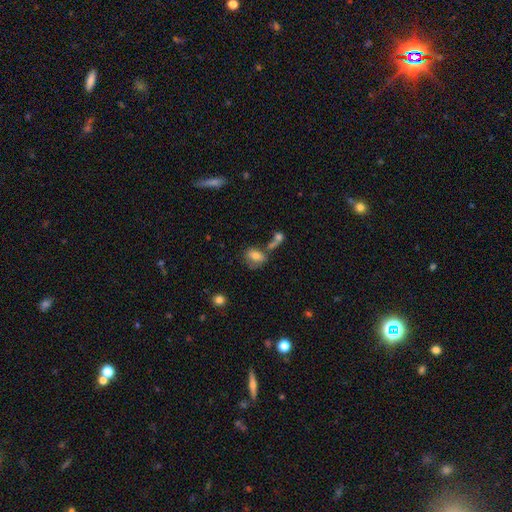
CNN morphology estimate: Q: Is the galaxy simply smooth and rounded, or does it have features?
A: smooth — 72%.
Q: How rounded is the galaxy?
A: in between — 71%.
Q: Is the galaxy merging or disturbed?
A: none — 41%.